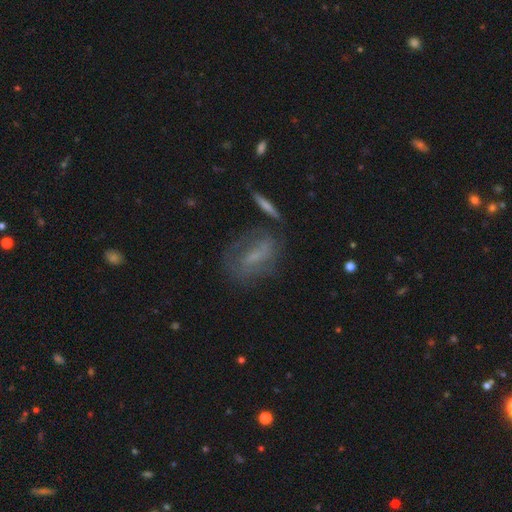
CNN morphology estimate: Smooth or featured?
  - featured or disk: 50% *
  - smooth: 37%
  - star or artifact: 13%
Merging?
  - none: 58% *
  - minor disturbance: 21%
  - major disturbance: 15%
  - merger: 6%